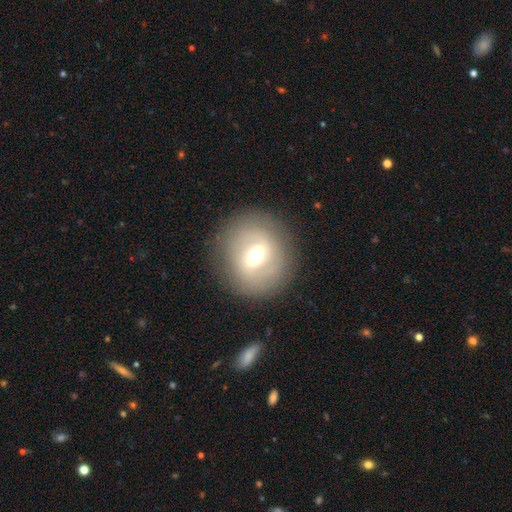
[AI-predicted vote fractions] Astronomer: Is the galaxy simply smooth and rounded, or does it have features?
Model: featured or disk — 52% (runner-up: smooth, 39%).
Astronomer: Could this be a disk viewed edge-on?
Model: no — 87%.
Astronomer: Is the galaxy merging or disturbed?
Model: none — 82%.